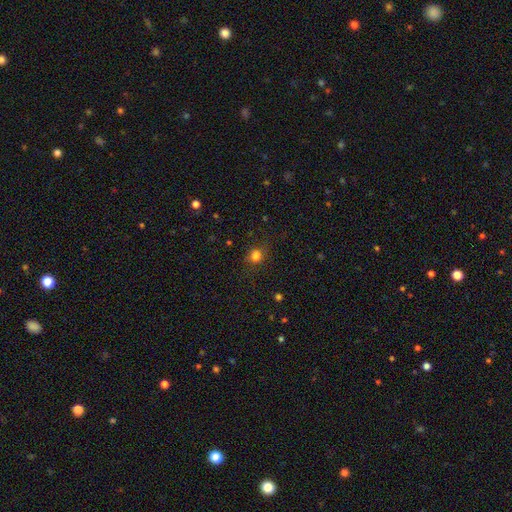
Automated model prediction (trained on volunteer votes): A smooth galaxy with no disk features (77%) that is round (67%).

Vote fractions:
- Smooth or featured? smooth: 77% / star or artifact: 17% / featured or disk: 6%
- How rounded? round: 67% / in between: 32% / cigar-shaped: 1%
- Merging? none: 74% / minor disturbance: 17% / major disturbance: 6% / merger: 3%